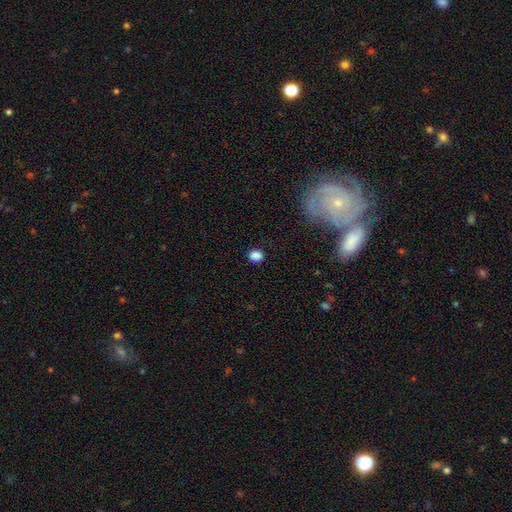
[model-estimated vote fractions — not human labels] Overall: smooth (86%). How rounded: round (76%). Merging: none (90%).